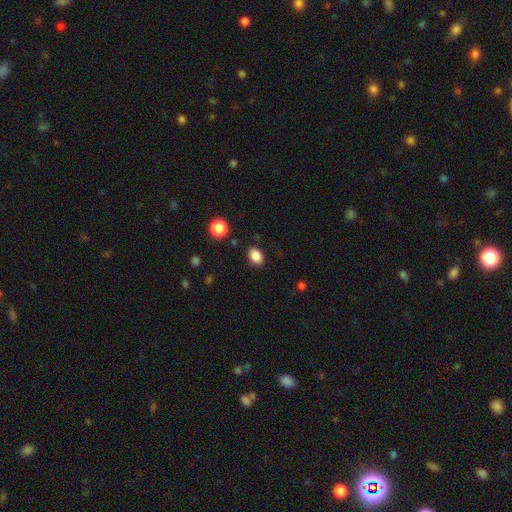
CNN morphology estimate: Smooth or featured? smooth (86%)
How rounded? in between (74%)
Merging? none (84%)